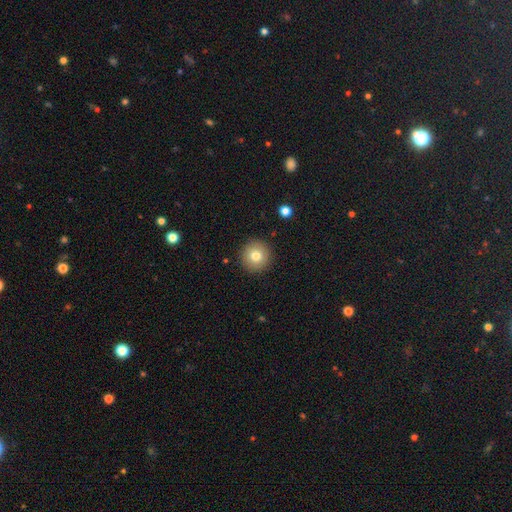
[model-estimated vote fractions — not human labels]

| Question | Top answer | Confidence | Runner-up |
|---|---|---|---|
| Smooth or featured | smooth | 78% | featured or disk (12%) |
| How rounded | round | 95% | in between (4%) |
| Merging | none | 91% | minor disturbance (6%) |